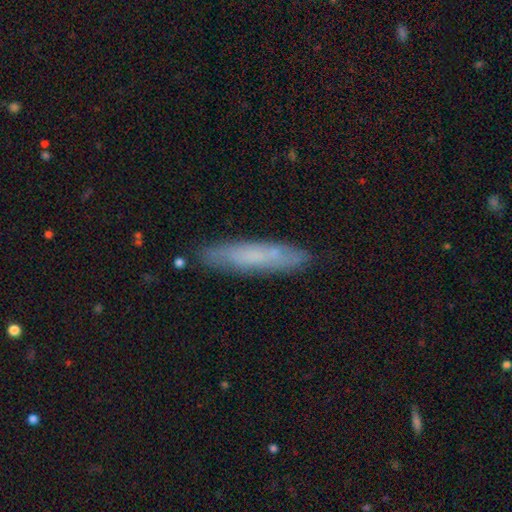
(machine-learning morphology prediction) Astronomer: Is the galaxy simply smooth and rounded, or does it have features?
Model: smooth — 57% (runner-up: featured or disk, 35%).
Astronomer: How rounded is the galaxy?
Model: cigar-shaped — 88%.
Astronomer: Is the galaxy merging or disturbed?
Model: none — 84%.